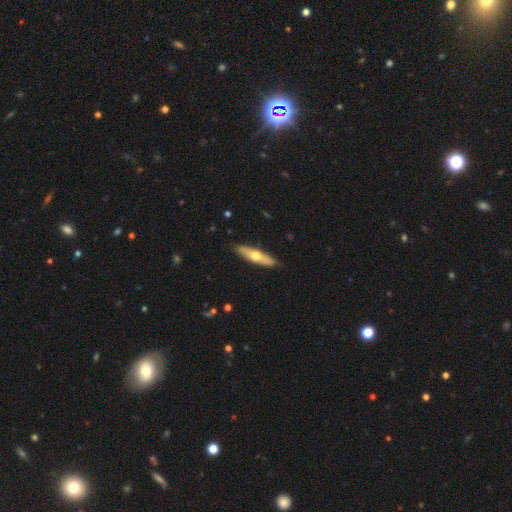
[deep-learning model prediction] A featured or disk galaxy (48%). Merging: none (87%).